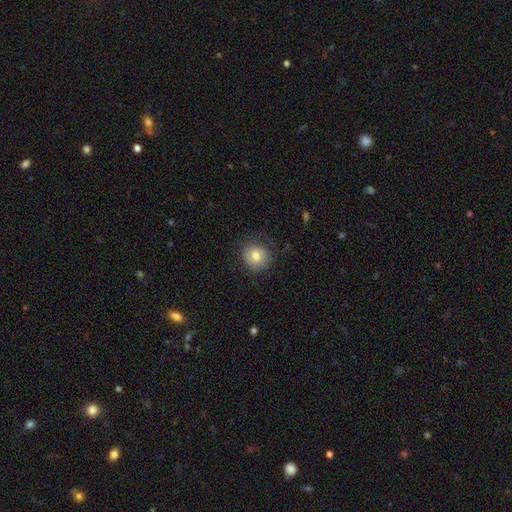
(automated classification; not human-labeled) This is likely a smooth galaxy (75%). How rounded: clearly round (87%). Merging: likely none (75%).